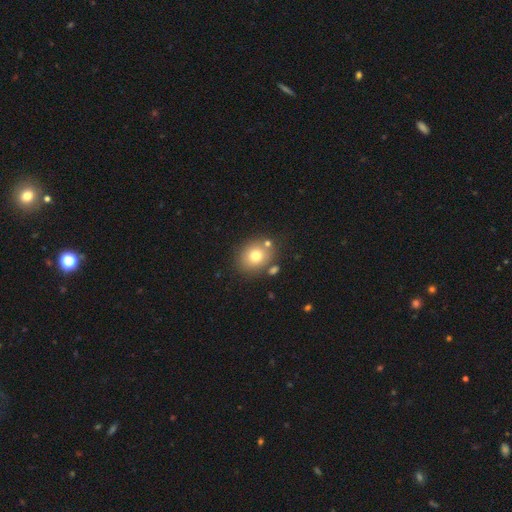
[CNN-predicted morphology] A smooth galaxy with no disk features (75%) that is round (60%).

Vote fractions:
- Smooth or featured? smooth: 75% / featured or disk: 13% / star or artifact: 12%
- How rounded? round: 60% / in between: 39% / cigar-shaped: 1%
- Merging? none: 74% / minor disturbance: 12% / merger: 10% / major disturbance: 4%